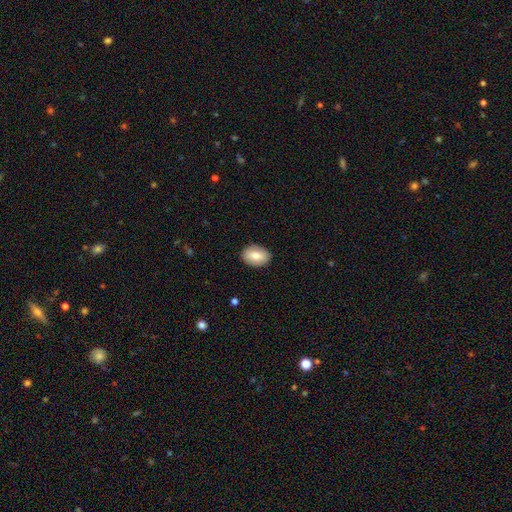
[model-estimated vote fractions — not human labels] A smooth galaxy with no disk features (80%) that is in between round and cigar-shaped (79%).

Vote fractions:
- Smooth or featured? smooth: 80% / featured or disk: 13% / star or artifact: 7%
- How rounded? in between: 79% / round: 20% / cigar-shaped: 1%
- Merging? none: 88% / minor disturbance: 9% / major disturbance: 2% / merger: 1%